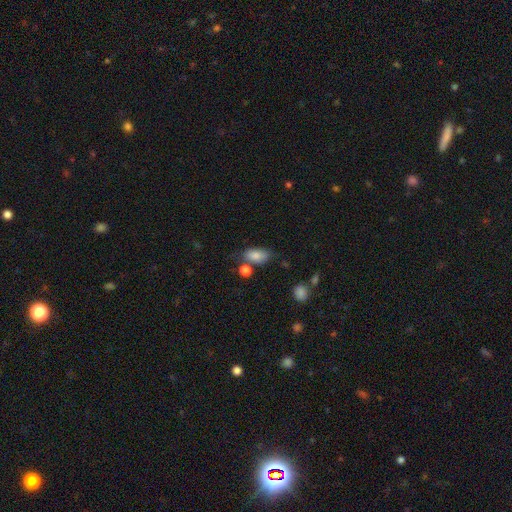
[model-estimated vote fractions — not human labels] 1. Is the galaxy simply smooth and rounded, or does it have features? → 84% smooth, 8% star or artifact, 8% featured or disk.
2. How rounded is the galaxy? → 90% in between, 7% round, 3% cigar-shaped.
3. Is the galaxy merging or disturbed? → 62% none, 20% minor disturbance, 12% merger, 6% major disturbance.